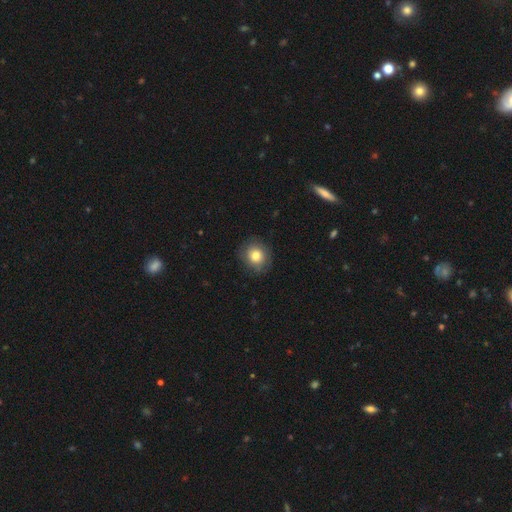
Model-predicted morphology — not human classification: smooth_or_featured: smooth (p=0.79) [alt: featured or disk p=0.12]
how_rounded: round (p=0.82) [alt: in between p=0.17]
merging: none (p=0.84) [alt: minor disturbance p=0.12]